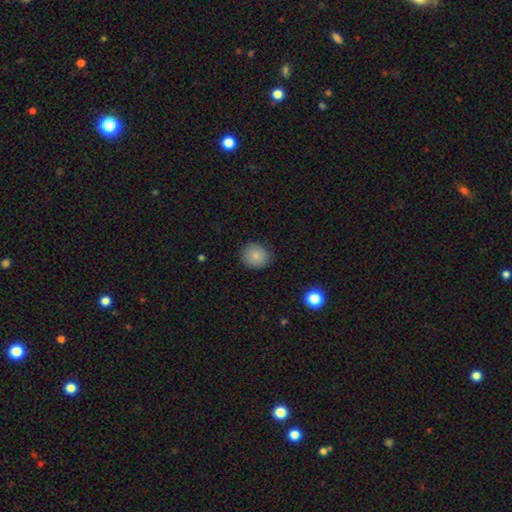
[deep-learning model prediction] smooth-or-featured: smooth: 83% | star or artifact: 10% | featured or disk: 7%
  how-rounded: round: 79% | in between: 20% | cigar-shaped: 1%
  merging: none: 84% | minor disturbance: 12% | major disturbance: 3% | merger: 1%